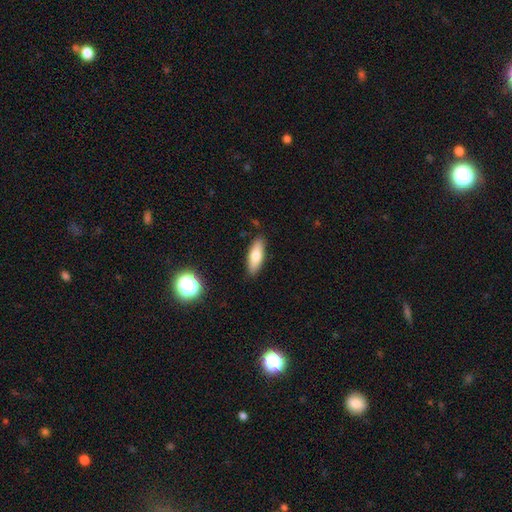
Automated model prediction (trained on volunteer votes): This is likely a smooth galaxy (74%). How rounded: likely in between (65%). Merging: clearly none (87%).